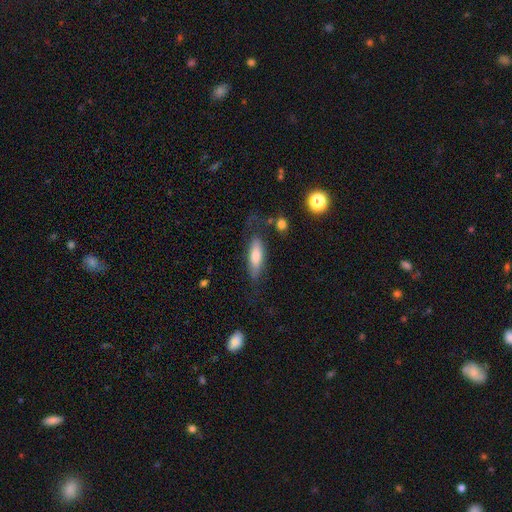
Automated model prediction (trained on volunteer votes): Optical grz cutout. It shows a smooth galaxy with no disk features (67%) that is cigar-shaped (51%). Merging: none (64%).